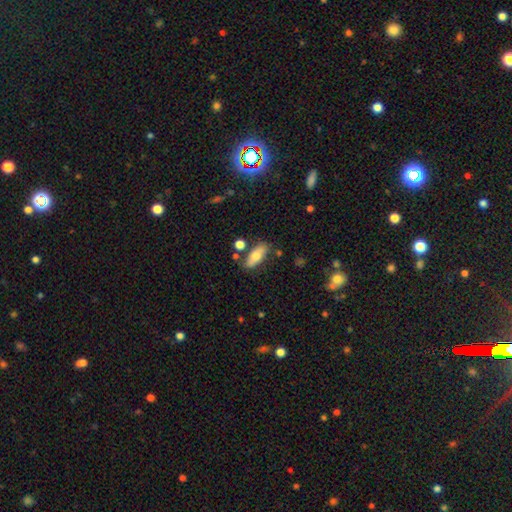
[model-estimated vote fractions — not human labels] Smooth or featured? smooth (71%)
How rounded? in between (76%)
Merging? none (72%)